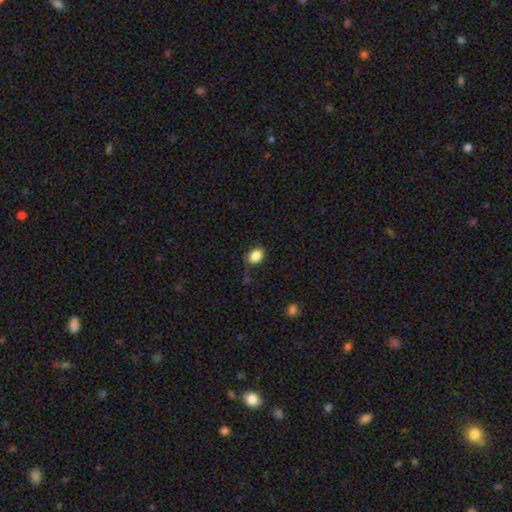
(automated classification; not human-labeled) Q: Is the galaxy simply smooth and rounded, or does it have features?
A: smooth — 86%.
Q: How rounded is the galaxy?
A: in between — 56%.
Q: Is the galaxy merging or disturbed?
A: none — 81%.